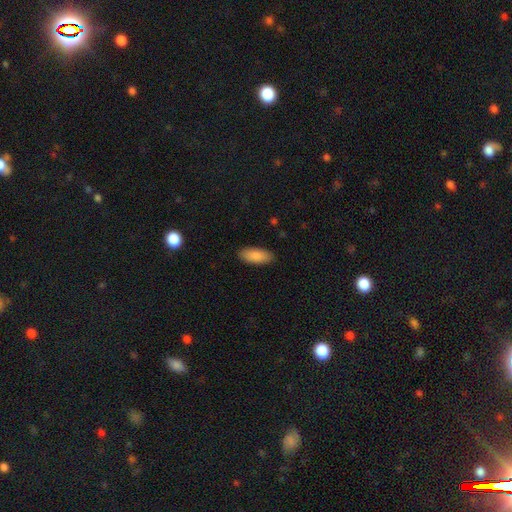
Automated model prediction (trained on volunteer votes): The model was most divided on "how rounded": in between: 84%, cigar-shaped: 15%, round: 2%. More confident: merging — none (89%); smooth or featured — smooth (89%).